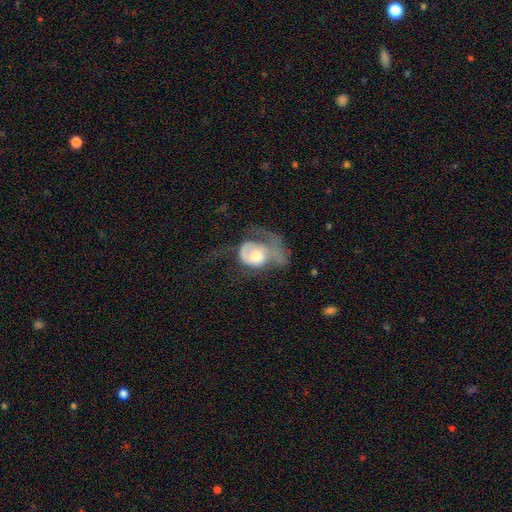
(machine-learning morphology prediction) A featured or disk galaxy (58%) with no bar (82%), spiral arms (62%) and a moderate central bulge (60%). Merging: major disturbance (62%).